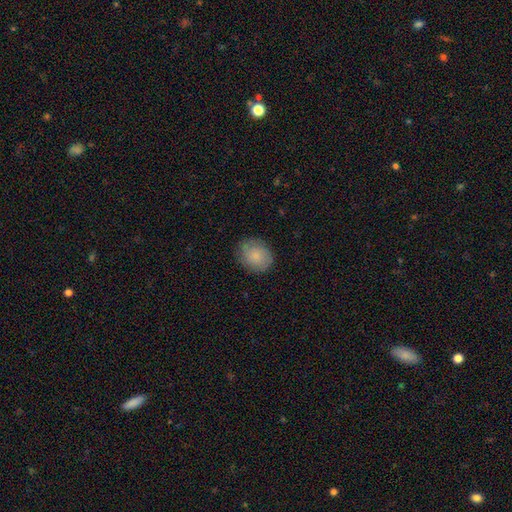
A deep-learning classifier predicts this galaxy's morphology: A smooth galaxy with no disk features (77%) that is round (61%).

Vote fractions:
- Smooth or featured? smooth: 77% / featured or disk: 16% / star or artifact: 7%
- How rounded? round: 61% / in between: 38% / cigar-shaped: 1%
- Merging? none: 82% / minor disturbance: 14% / major disturbance: 3% / merger: 1%